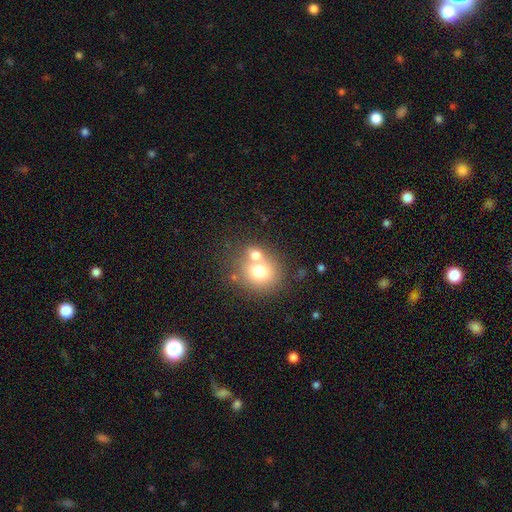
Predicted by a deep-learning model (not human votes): Smooth or featured: smooth — 70% (featured or disk — 18%)
How rounded: round — 76% (in between — 23%)
Merging: merger — 45% (none — 42%)